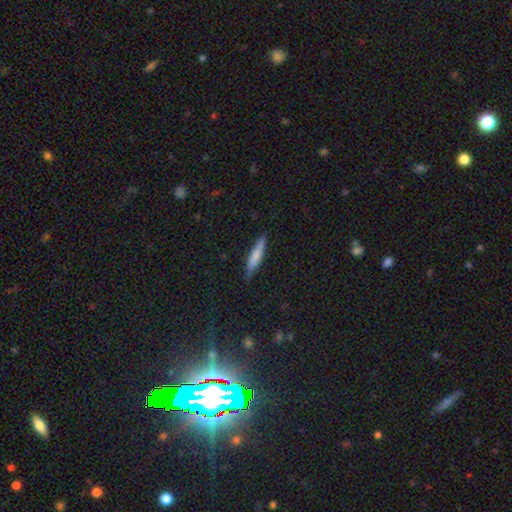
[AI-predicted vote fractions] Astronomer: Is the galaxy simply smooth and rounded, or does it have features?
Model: smooth — 71%.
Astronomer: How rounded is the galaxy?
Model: cigar-shaped — 88%.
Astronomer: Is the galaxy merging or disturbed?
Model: none — 85%.